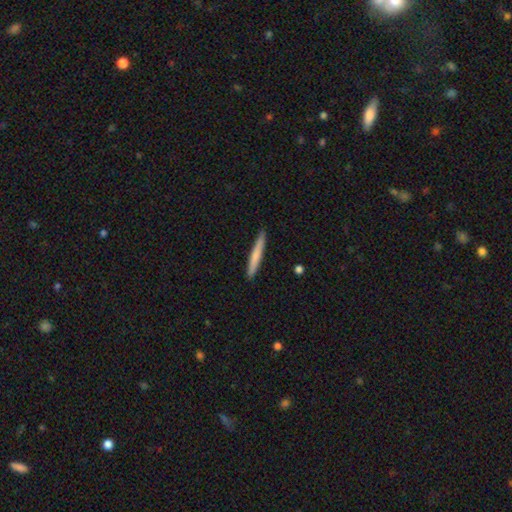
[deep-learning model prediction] Morphology: type=smooth (70%); roundness=cigar-shaped (96%); merging=none (90%).